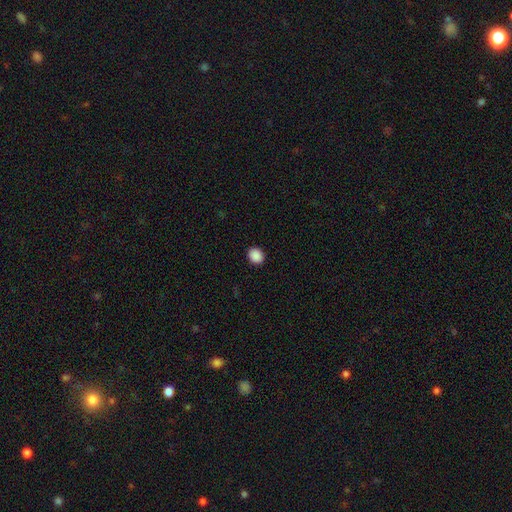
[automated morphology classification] smooth_or_featured: smooth (p=0.89) [alt: star or artifact p=0.09]
how_rounded: round (p=0.71) [alt: in between p=0.28]
merging: none (p=0.92) [alt: minor disturbance p=0.06]